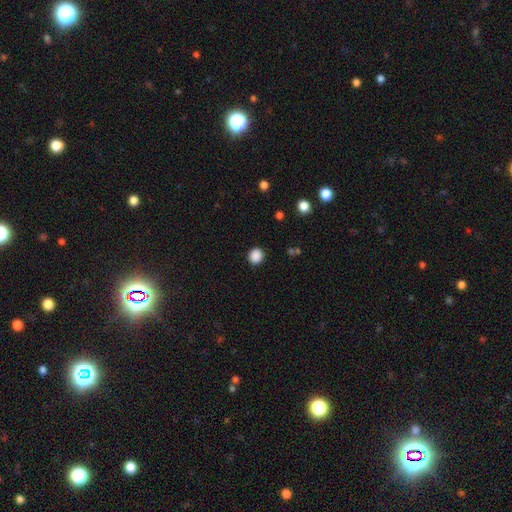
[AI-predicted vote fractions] Smooth or featured: smooth — 88% (star or artifact — 10%)
How rounded: round — 87% (in between — 12%)
Merging: none — 90% (minor disturbance — 6%)